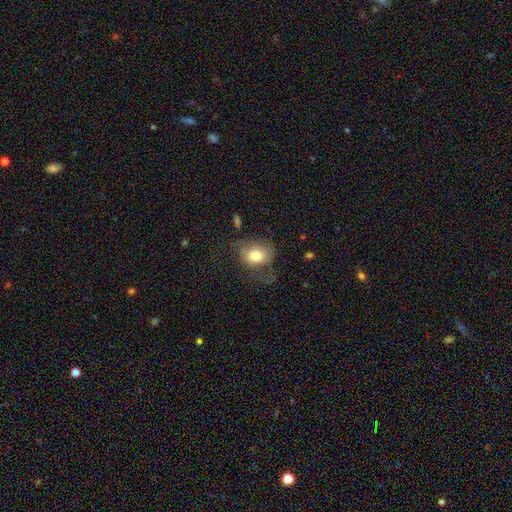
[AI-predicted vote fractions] A smooth galaxy with no disk features (73%) that is in between round and cigar-shaped (53%). Merging: none (44%).